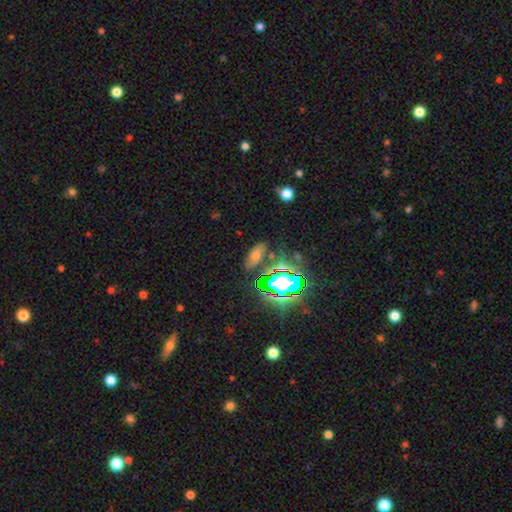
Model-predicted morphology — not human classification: Smooth or featured?
  - smooth: 47% *
  - star or artifact: 36%
  - featured or disk: 17%
Merging?
  - none: 76% *
  - minor disturbance: 13%
  - merger: 6%
  - major disturbance: 5%